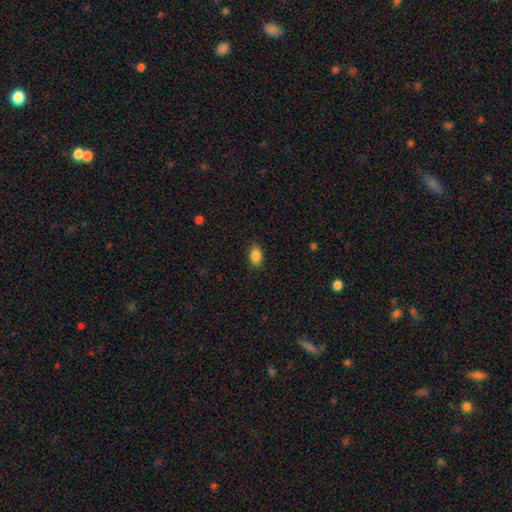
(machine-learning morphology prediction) The model was most divided on "how rounded": in between: 84%, round: 15%, cigar-shaped: 1%. More confident: merging — none (88%); smooth or featured — smooth (88%).